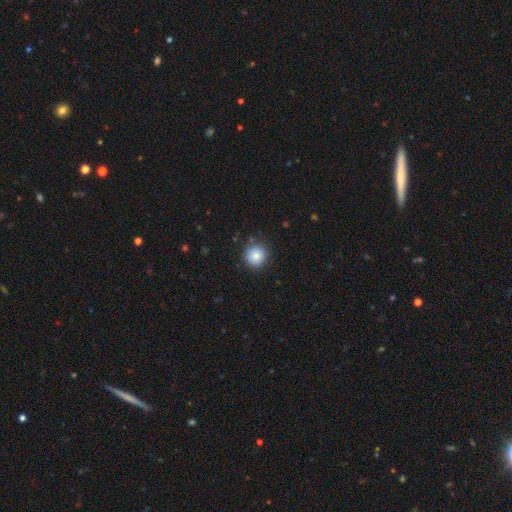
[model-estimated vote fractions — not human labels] Smooth or featured? Predicted: smooth (p=0.83). How rounded? Predicted: round (p=0.94). Merging? Predicted: none (p=0.87).